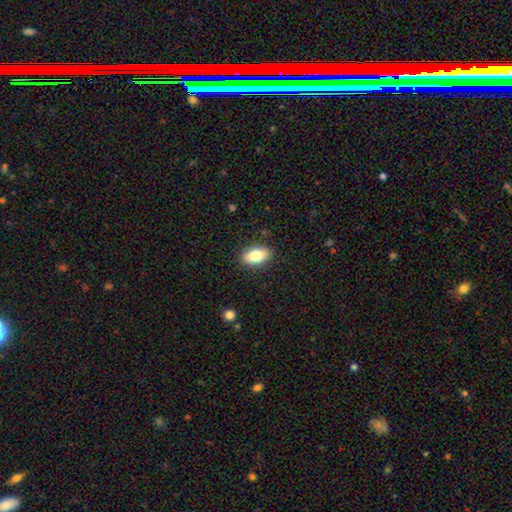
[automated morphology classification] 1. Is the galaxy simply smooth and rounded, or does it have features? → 81% smooth, 12% featured or disk, 7% star or artifact.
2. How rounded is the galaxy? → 90% in between, 7% round, 3% cigar-shaped.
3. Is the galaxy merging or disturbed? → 88% none, 9% minor disturbance, 2% major disturbance, 1% merger.